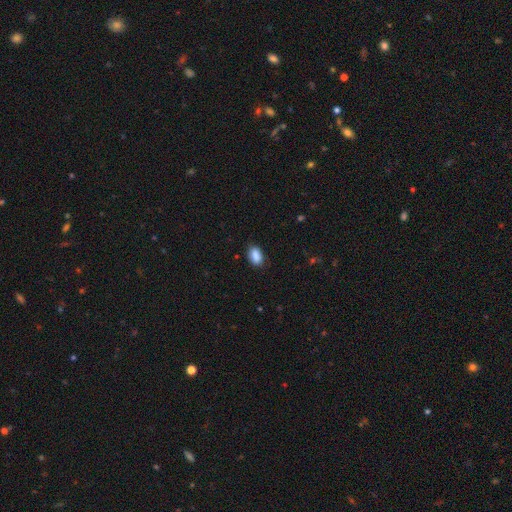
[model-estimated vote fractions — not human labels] This appears to be a smooth galaxy with no disk features (89%) that is in between round and cigar-shaped (91%). Merging: none (82%).